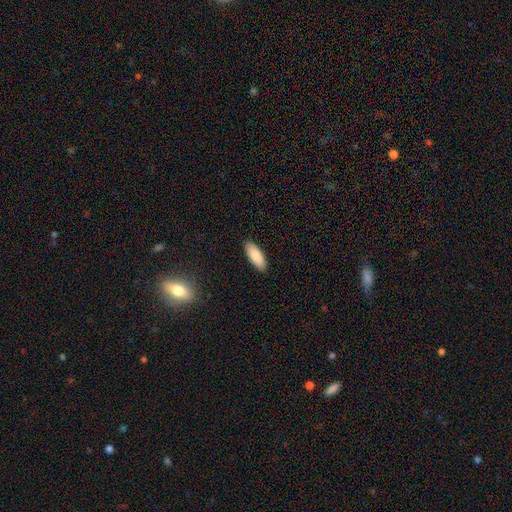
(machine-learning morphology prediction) A smooth galaxy with no disk features (88%) that is in between round and cigar-shaped (74%). Merging: none (89%).